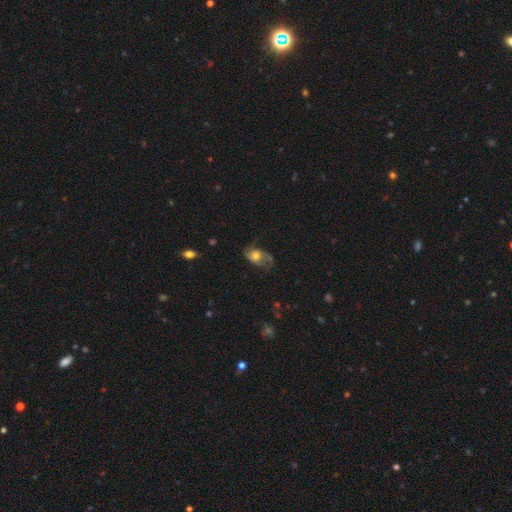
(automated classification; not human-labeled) Smooth or featured? smooth (47%)
Merging? none (50%)